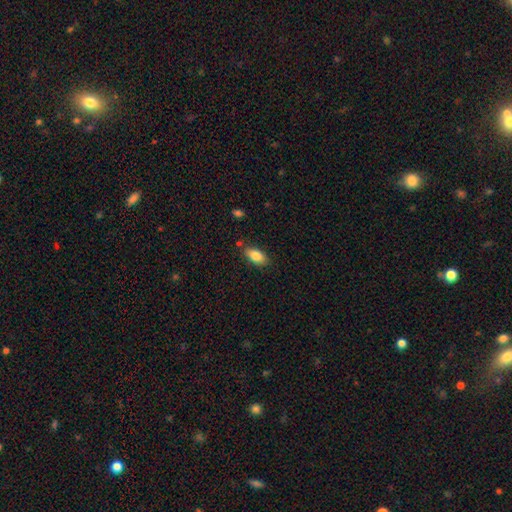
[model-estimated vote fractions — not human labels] Overall: smooth (83%). How rounded: in between (89%). Merging: none (79%).